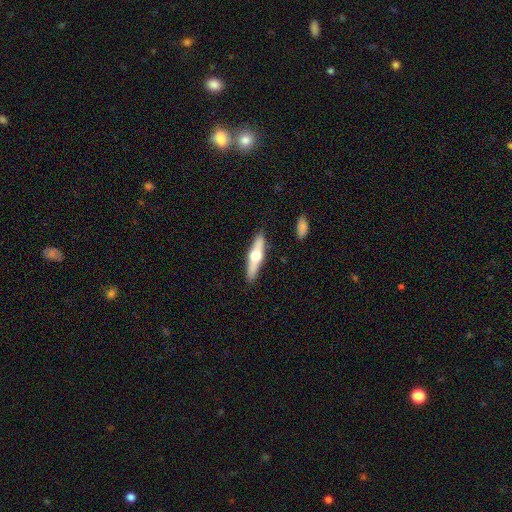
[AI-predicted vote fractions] Smooth or featured? featured or disk (55%)
Edge-on disk? yes (92%)
Edge-on bulge? rounded (94%)
Merging? none (87%)